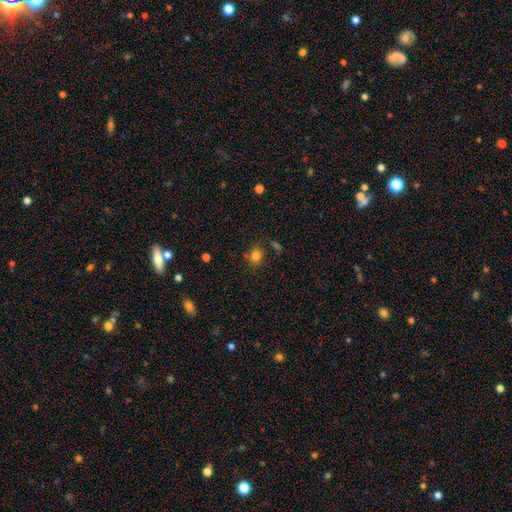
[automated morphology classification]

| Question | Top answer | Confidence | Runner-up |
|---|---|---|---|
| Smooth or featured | smooth | 80% | star or artifact (13%) |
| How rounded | round | 70% | in between (29%) |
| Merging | none | 75% | minor disturbance (14%) |